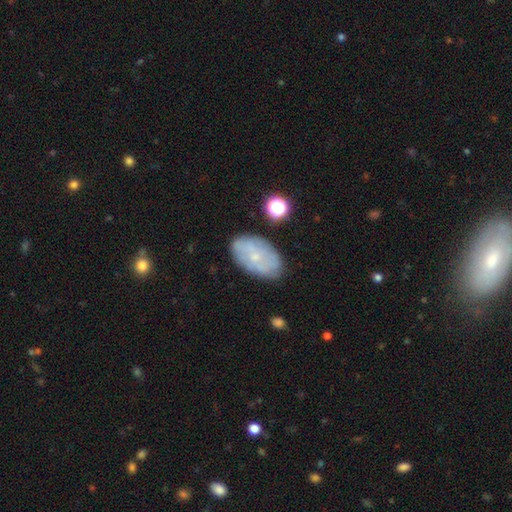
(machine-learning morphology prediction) smooth_or_featured: smooth (p=0.48) [alt: featured or disk p=0.43]
merging: none (p=0.77) [alt: minor disturbance p=0.16]